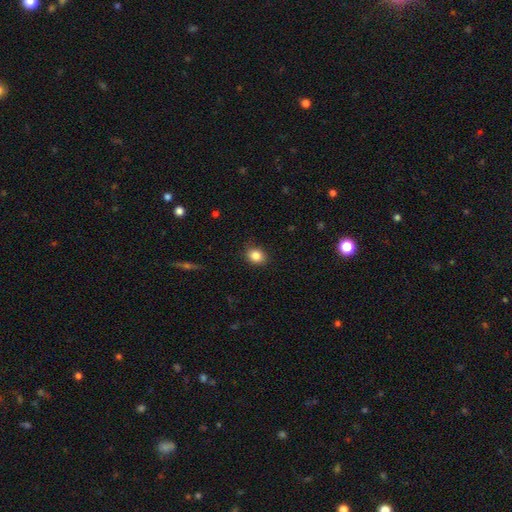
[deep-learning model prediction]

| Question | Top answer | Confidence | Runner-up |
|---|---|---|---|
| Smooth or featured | smooth | 85% | star or artifact (10%) |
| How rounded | round | 53% | in between (46%) |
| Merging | none | 86% | minor disturbance (11%) |